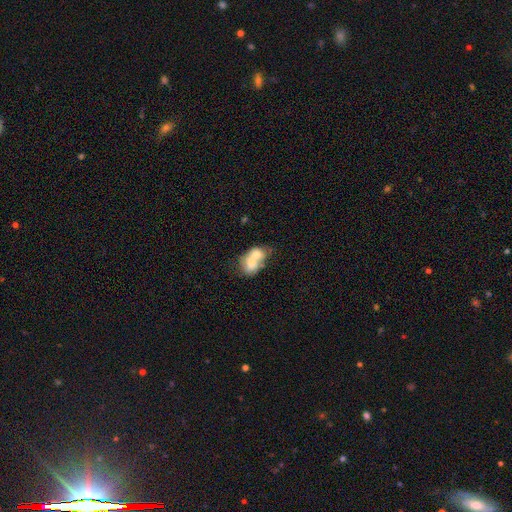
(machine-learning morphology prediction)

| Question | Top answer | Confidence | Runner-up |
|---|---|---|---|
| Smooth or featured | smooth | 66% | featured or disk (27%) |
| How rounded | in between | 61% | round (37%) |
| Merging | merger | 73% | none (15%) |